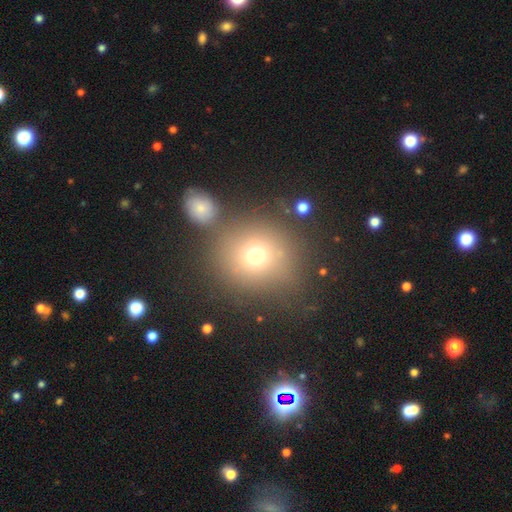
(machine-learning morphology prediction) Smooth or featured?
  - smooth: 69% *
  - star or artifact: 18%
  - featured or disk: 13%
How rounded?
  - round: 88% *
  - in between: 11%
  - cigar-shaped: 1%
Merging?
  - none: 72% *
  - merger: 12%
  - minor disturbance: 10%
  - major disturbance: 6%